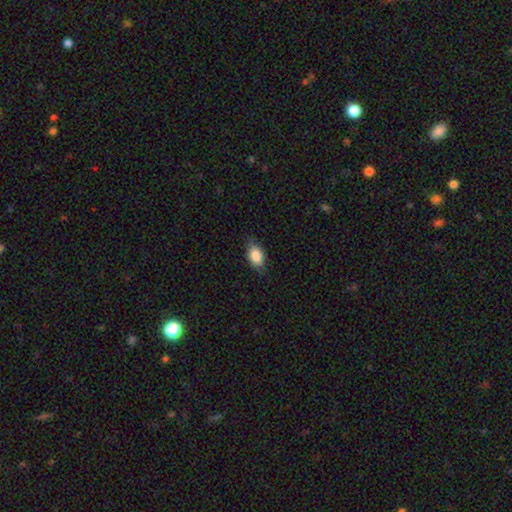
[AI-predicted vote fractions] Morphology: type=smooth (85%); roundness=in between (88%); merging=none (78%).